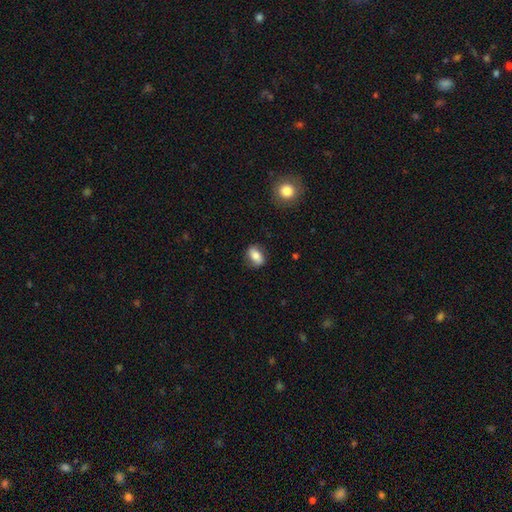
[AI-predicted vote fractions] Smooth or featured? Predicted: smooth (p=0.71). How rounded? Predicted: in between (p=0.79). Merging? Predicted: none (p=0.80).